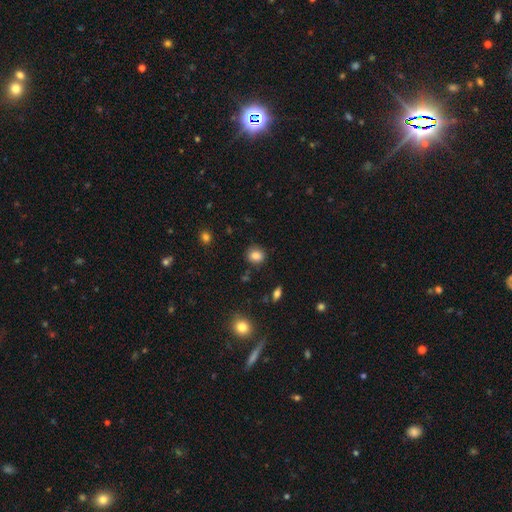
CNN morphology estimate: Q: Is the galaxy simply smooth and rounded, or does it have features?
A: smooth — 84%.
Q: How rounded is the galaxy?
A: round — 64%.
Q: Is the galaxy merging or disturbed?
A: none — 84%.